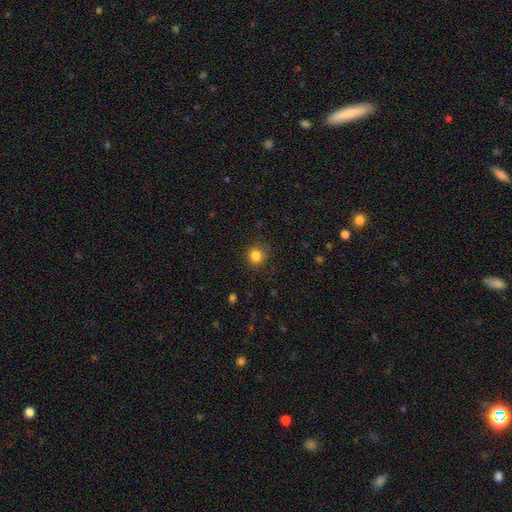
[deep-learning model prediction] The model was most divided on "how rounded": round: 84%, in between: 15%, cigar-shaped: 1%. More confident: smooth or featured — smooth (84%); merging — none (84%).